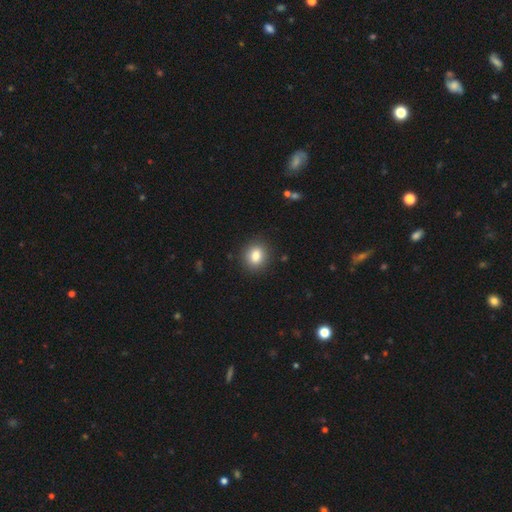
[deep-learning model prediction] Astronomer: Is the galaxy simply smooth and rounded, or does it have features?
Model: smooth — 84%.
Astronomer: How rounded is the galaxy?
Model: round — 70%.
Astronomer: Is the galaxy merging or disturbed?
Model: none — 89%.